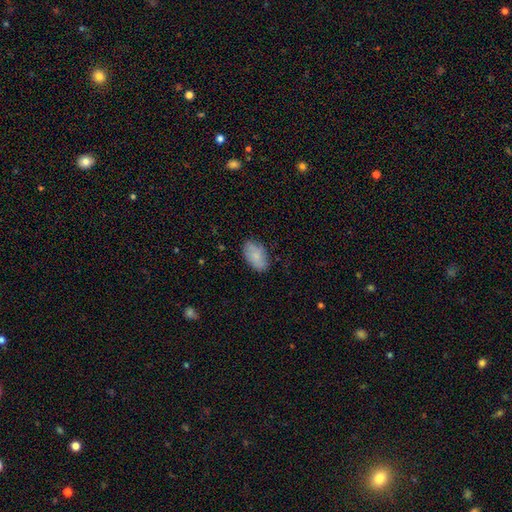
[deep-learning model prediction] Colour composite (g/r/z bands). It shows a smooth galaxy with no disk features (80%) that is in between round and cigar-shaped (93%). Merging: none (80%).